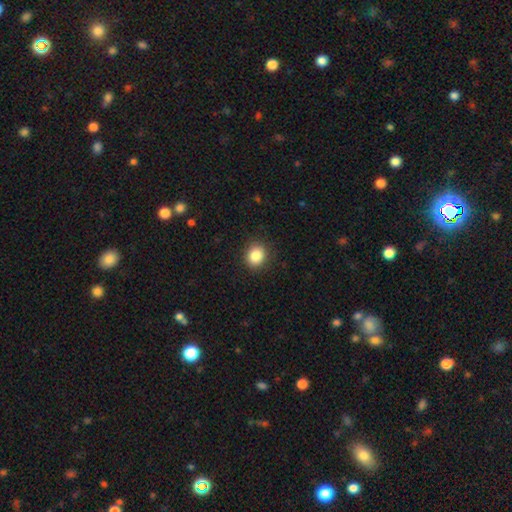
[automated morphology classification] Smooth or featured? smooth (86%)
How rounded? round (72%)
Merging? none (89%)